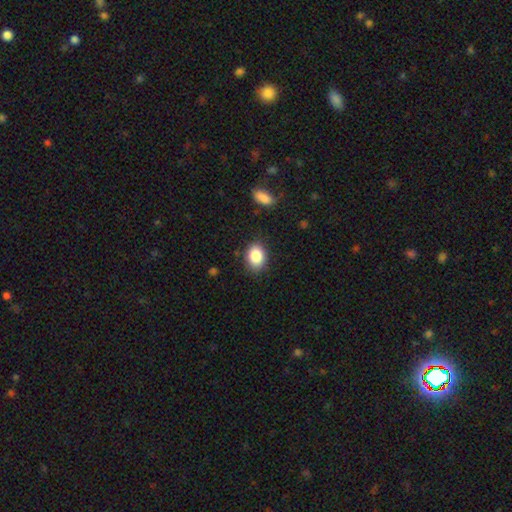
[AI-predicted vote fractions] smooth 86%, star or artifact 8%, featured or disk 5%. Down the decision tree: how rounded — in between (70%); merging — none (82%).